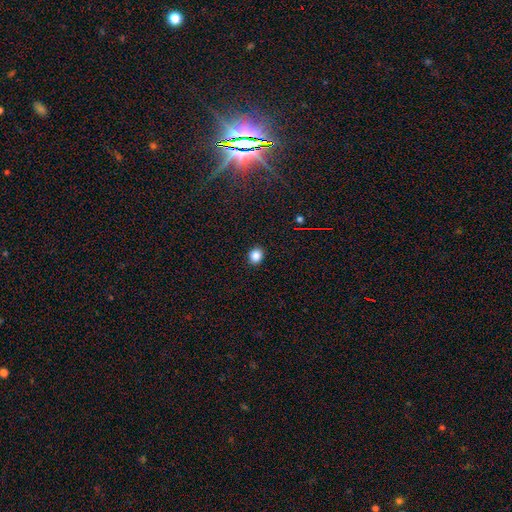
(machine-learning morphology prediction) Smooth or featured: smooth — 85% (star or artifact — 11%)
How rounded: round — 74% (in between — 25%)
Merging: none — 91% (minor disturbance — 6%)